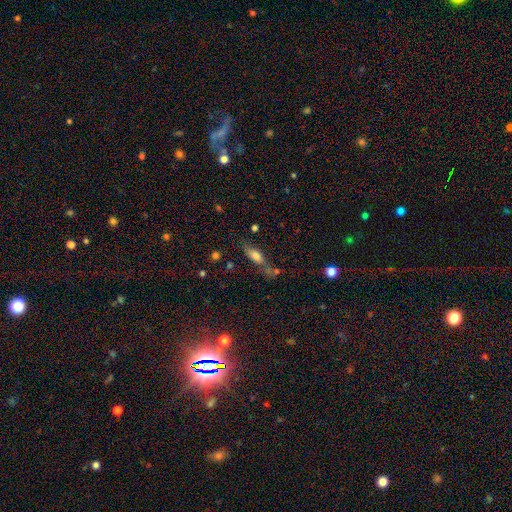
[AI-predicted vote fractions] Smooth or featured?
  - smooth: 69% *
  - featured or disk: 19%
  - star or artifact: 12%
How rounded?
  - in between: 69% *
  - cigar-shaped: 26%
  - round: 4%
Merging?
  - none: 48% *
  - minor disturbance: 20%
  - merger: 19%
  - major disturbance: 12%